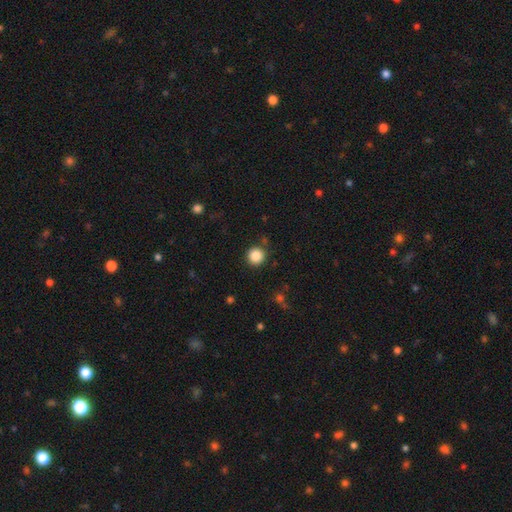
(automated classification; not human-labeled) Q: Smooth or featured?
A: smooth (87%); runner-up: star or artifact (10%)
Q: How rounded?
A: round (95%); runner-up: in between (4%)
Q: Merging?
A: none (88%); runner-up: minor disturbance (7%)